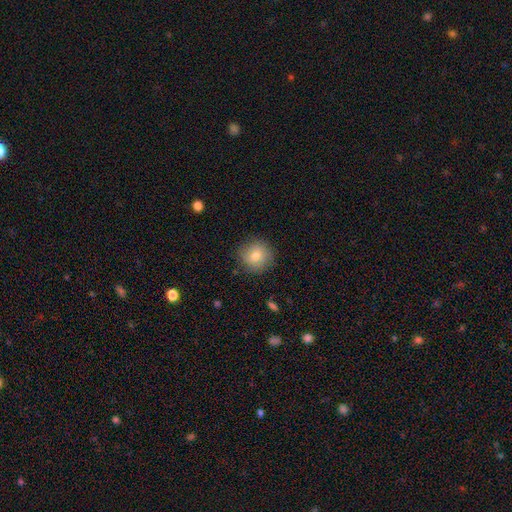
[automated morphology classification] Smooth or featured? Predicted: smooth (p=0.77). How rounded? Predicted: round (p=0.92). Merging? Predicted: none (p=0.85).